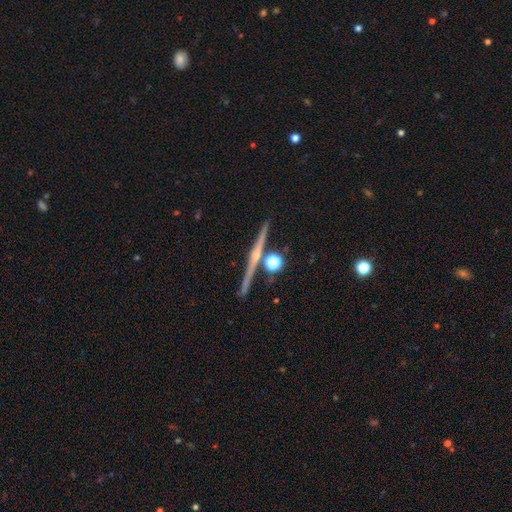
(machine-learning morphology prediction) This is clearly a featured or disk galaxy (81%). It is clearly viewed edge-on (98%). Edge-on bulge: likely rounded (78%). Merging: clearly none (87%).